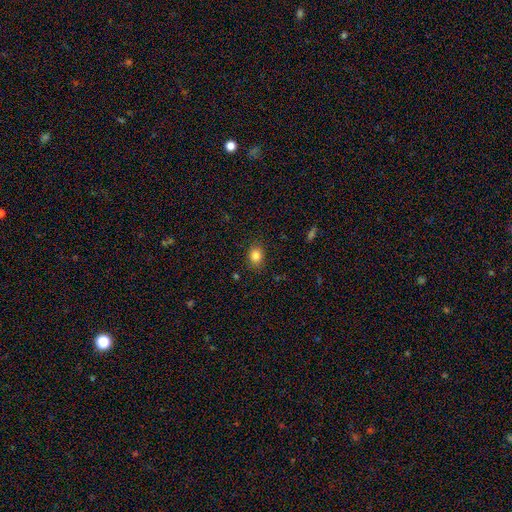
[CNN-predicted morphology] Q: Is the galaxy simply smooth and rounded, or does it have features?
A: smooth — 84%.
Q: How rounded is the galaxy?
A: round — 50%.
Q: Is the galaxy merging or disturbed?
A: none — 85%.